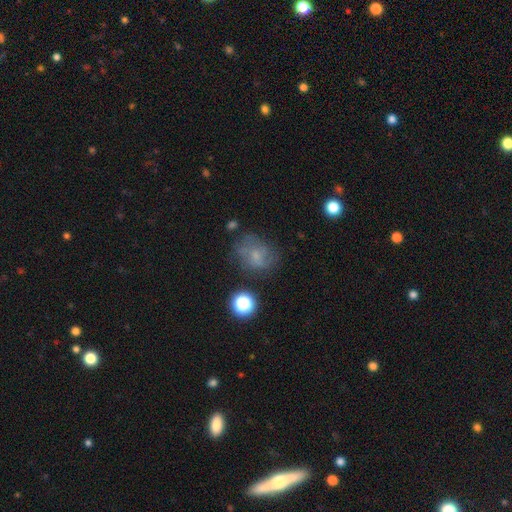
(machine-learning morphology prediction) Overall: smooth (42%; featured or disk 40%). Merging: none (56%; minor disturbance 23%).